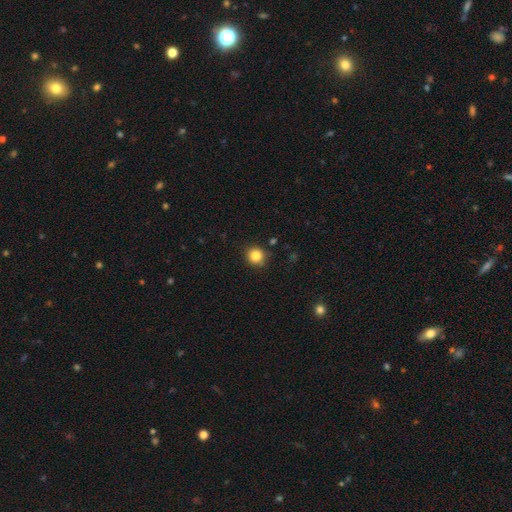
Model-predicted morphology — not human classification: Q: Smooth or featured?
A: smooth (84%); runner-up: star or artifact (11%)
Q: How rounded?
A: round (90%); runner-up: in between (9%)
Q: Merging?
A: none (87%); runner-up: minor disturbance (9%)